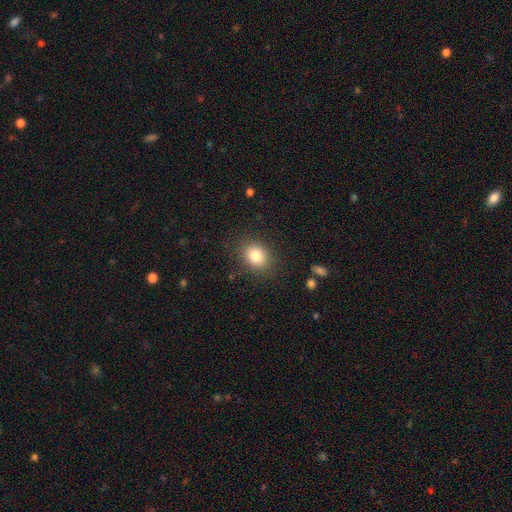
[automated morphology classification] Smooth or featured? Predicted: smooth (p=0.82). How rounded? Predicted: round (p=0.50, tied with in between). Merging? Predicted: none (p=0.85).